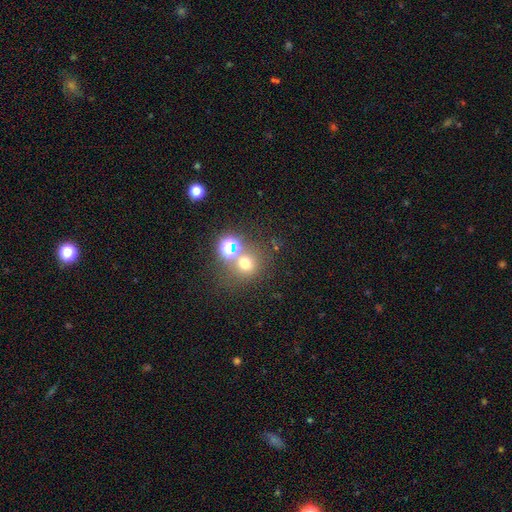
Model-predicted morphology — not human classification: Overall: smooth (49%; star or artifact 38%). Merging: none (56%; merger 33%).